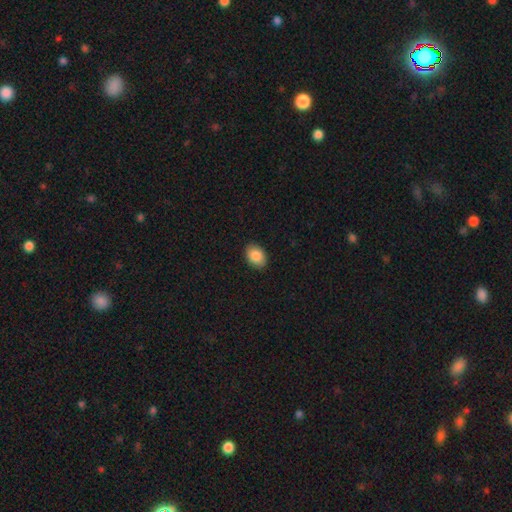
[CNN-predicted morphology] Smooth or featured?
  - smooth: 88% *
  - star or artifact: 7%
  - featured or disk: 5%
How rounded?
  - in between: 79% *
  - round: 20%
  - cigar-shaped: 1%
Merging?
  - none: 90% *
  - minor disturbance: 7%
  - major disturbance: 2%
  - merger: 1%